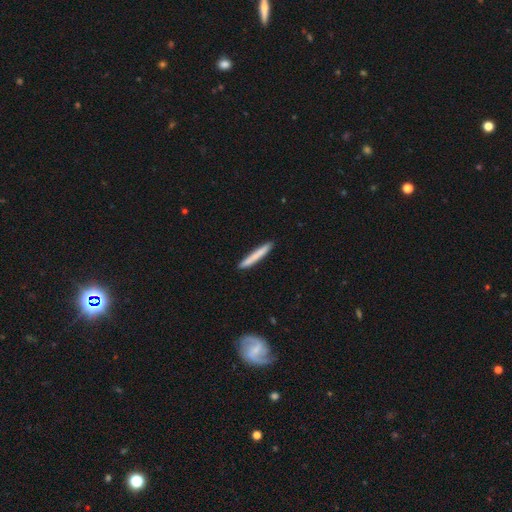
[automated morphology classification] A smooth galaxy with no disk features (75%) that is cigar-shaped (96%).

Vote fractions:
- Smooth or featured? smooth: 75% / featured or disk: 19% / star or artifact: 6%
- How rounded? cigar-shaped: 96% / in between: 3% / round: 1%
- Merging? none: 90% / minor disturbance: 7% / major disturbance: 1% / merger: 1%